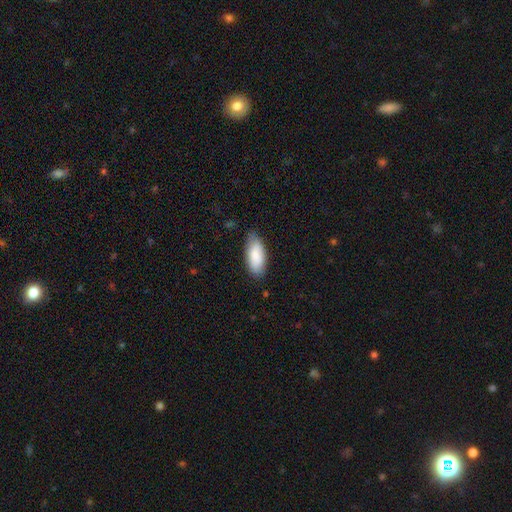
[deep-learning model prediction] smooth_or_featured: smooth (p=0.85) [alt: featured or disk p=0.10]
how_rounded: in between (p=0.88) [alt: cigar-shaped p=0.10]
merging: none (p=0.76) [alt: minor disturbance p=0.20]